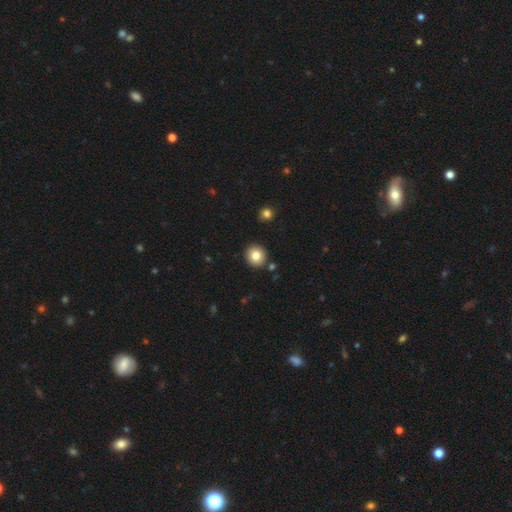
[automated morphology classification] Smooth or featured? Predicted: smooth (p=0.82). How rounded? Predicted: round (p=0.88). Merging? Predicted: none (p=0.88).